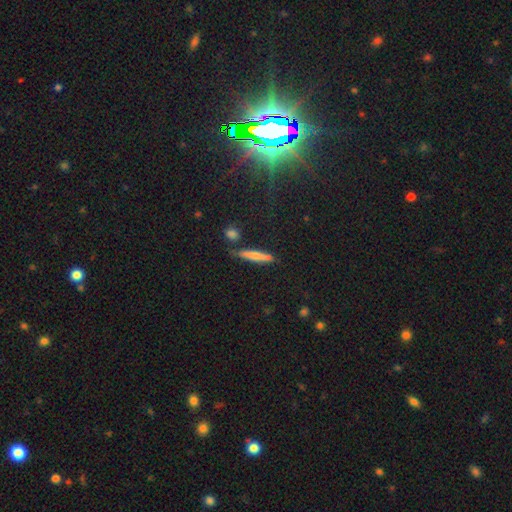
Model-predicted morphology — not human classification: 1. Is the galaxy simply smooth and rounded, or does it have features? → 66% smooth, 25% featured or disk, 9% star or artifact.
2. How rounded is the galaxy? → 90% cigar-shaped, 8% in between, 2% round.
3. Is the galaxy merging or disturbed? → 77% none, 15% minor disturbance, 5% merger, 3% major disturbance.